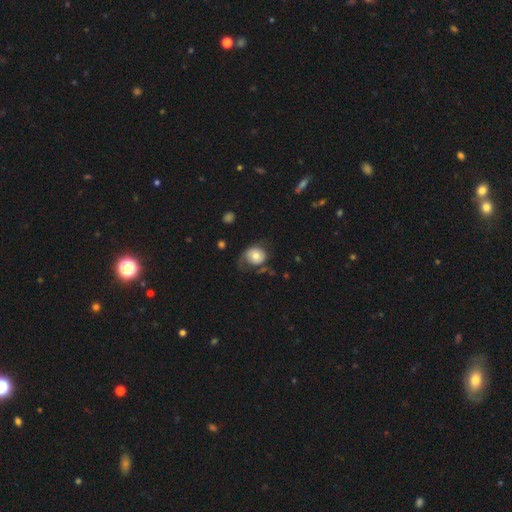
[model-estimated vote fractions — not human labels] Q: Smooth or featured?
A: smooth (59%); runner-up: featured or disk (33%)
Q: How rounded?
A: round (70%); runner-up: in between (29%)
Q: Merging?
A: none (39%); runner-up: major disturbance (30%)